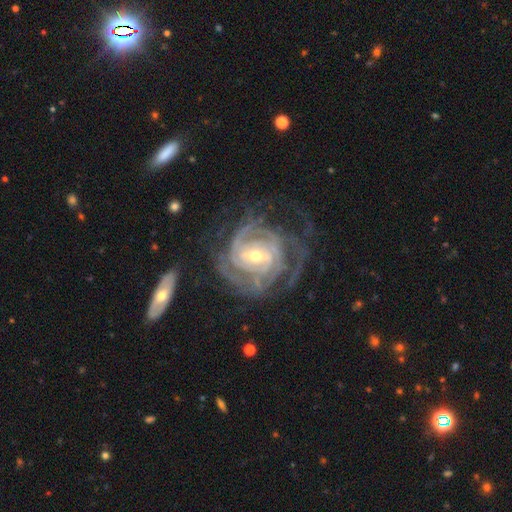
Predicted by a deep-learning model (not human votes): Morphology: type=featured or disk (91%); edge-on=no (97%); bar=weak (46%); spiral arms=yes (97%); winding=tight (74%); arm count=can't tell (27%); bulge=moderate (49%); merging=none (61%).